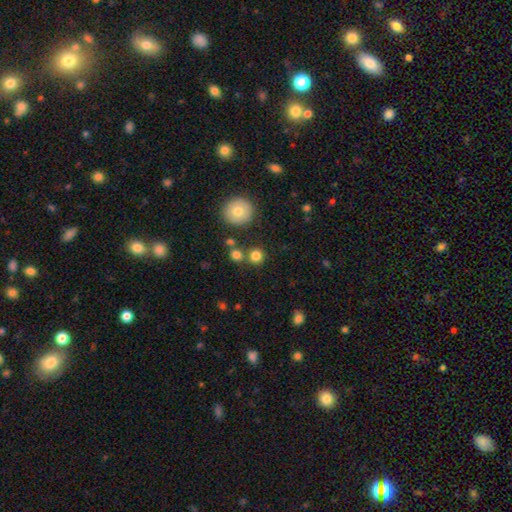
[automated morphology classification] Smooth or featured? smooth (80%)
How rounded? round (92%)
Merging? none (75%)